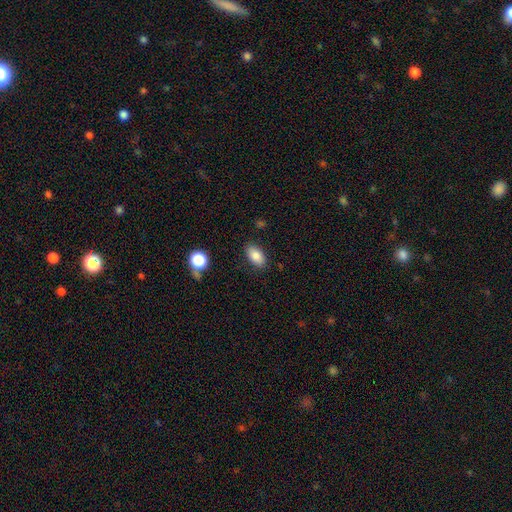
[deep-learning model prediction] A smooth galaxy with no disk features (85%) that is in between round and cigar-shaped (92%). Merging: none (85%).